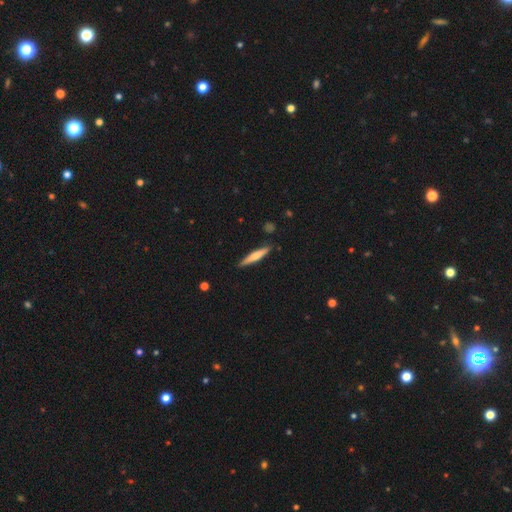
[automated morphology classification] smooth 49%, featured or disk 45%, star or artifact 5%. Down the decision tree: merging — none (89%).